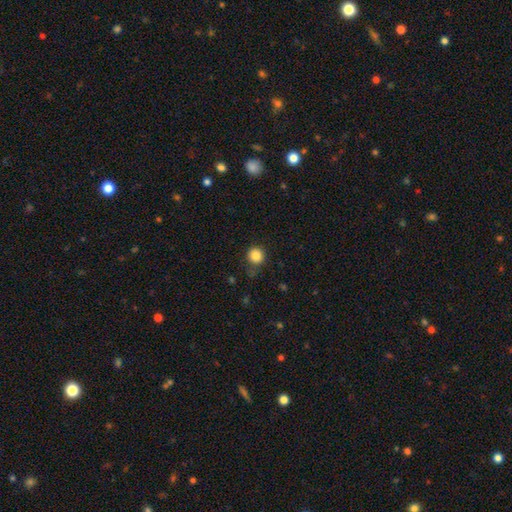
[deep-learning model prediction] The model was most divided on "merging": none: 77%, minor disturbance: 17%, major disturbance: 5%, merger: 2%. More confident: how rounded — round (92%); smooth or featured — smooth (85%).